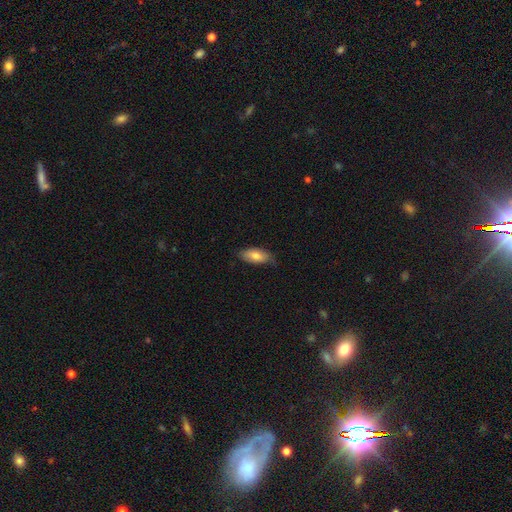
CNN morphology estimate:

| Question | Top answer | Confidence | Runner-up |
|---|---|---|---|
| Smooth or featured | smooth | 78% | featured or disk (16%) |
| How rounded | in between | 87% | cigar-shaped (11%) |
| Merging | none | 73% | minor disturbance (23%) |